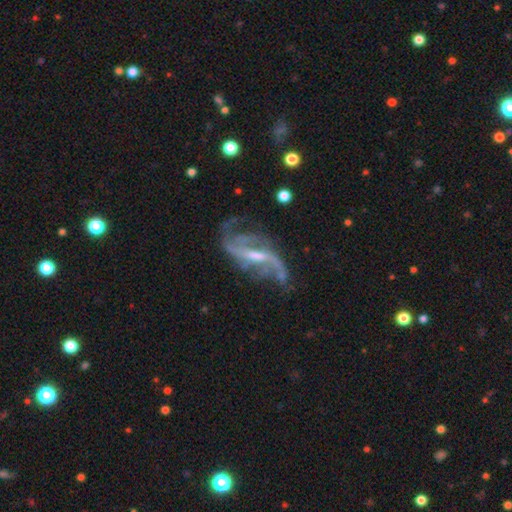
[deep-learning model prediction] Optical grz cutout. It shows a featured or disk galaxy (89%) with a weak bar (45%), 2 (57%) loose (67%) spiral arms (95%) and a small central bulge (45%). Merging: none (53%).